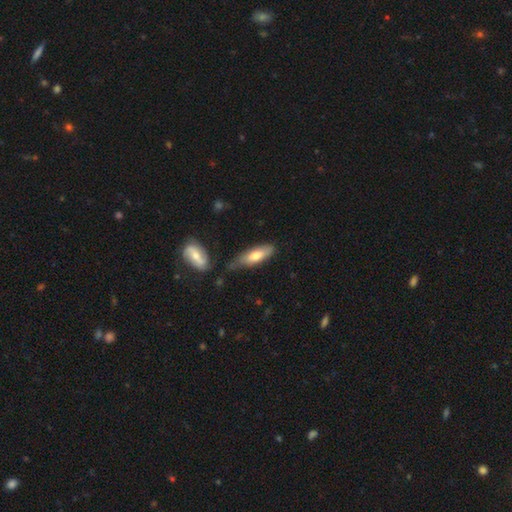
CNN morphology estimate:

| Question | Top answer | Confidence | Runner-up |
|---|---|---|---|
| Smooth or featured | smooth | 66% | featured or disk (29%) |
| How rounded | in between | 52% | cigar-shaped (46%) |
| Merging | none | 59% | minor disturbance (27%) |